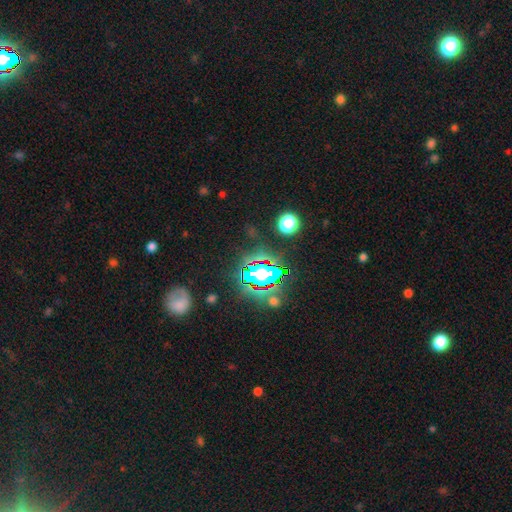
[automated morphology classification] Smooth or featured: star or artifact — 82% (smooth — 11%)